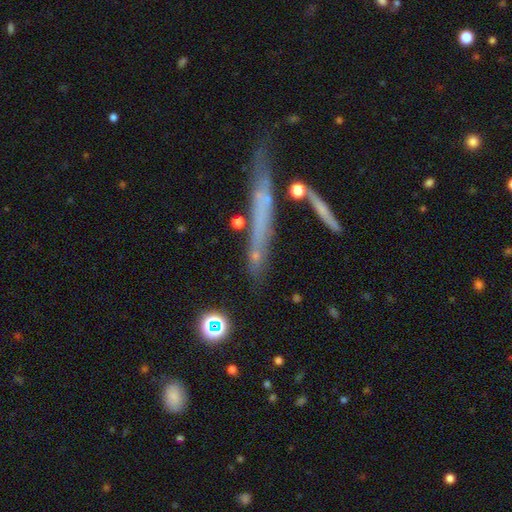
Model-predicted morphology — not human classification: Overall: featured or disk (47%; smooth 40%). Merging: none (71%).